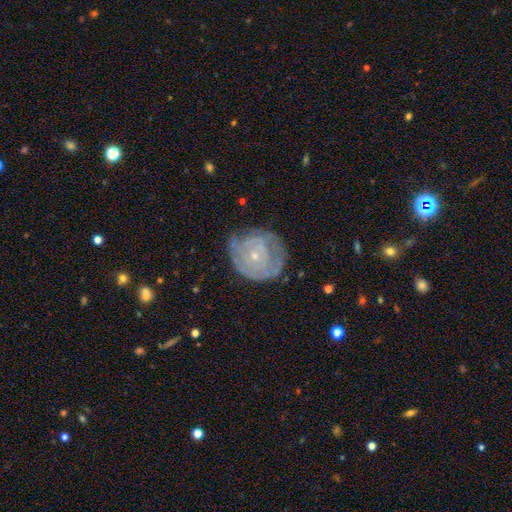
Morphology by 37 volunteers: Smooth or featured? featured or disk (78%)
Edge-on disk? no (93%)
Bar? no (85%)
Spiral arms? yes (81%)
Spiral winding? tight (82%)
Spiral arm count? can't tell (64%)
Bulge size? small (78%)
Merging? none (67%)